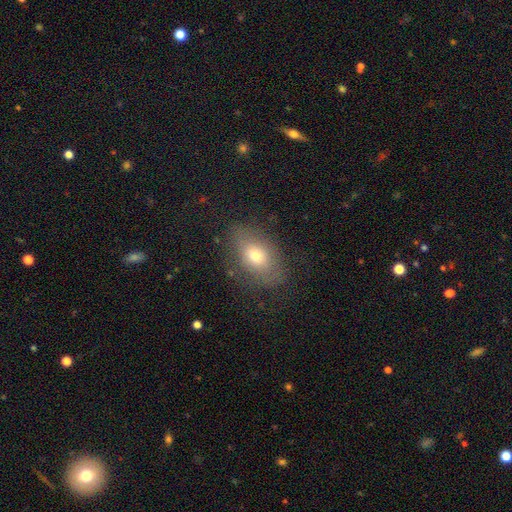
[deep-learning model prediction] Smooth or featured? Predicted: smooth (p=0.68). How rounded? Predicted: in between (p=0.84). Merging? Predicted: none (p=0.72).